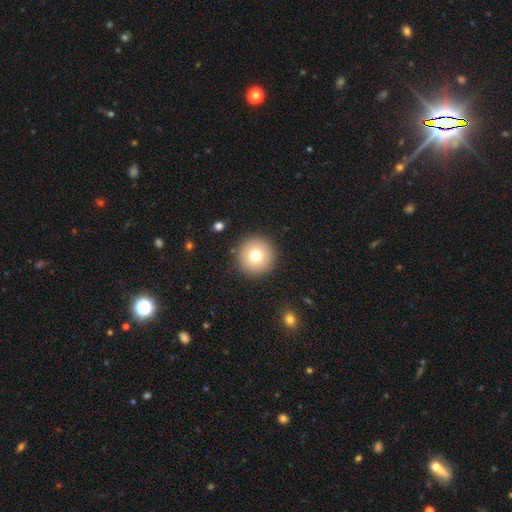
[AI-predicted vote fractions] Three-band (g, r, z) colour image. It shows a smooth galaxy with no disk features (74%) that is round (96%). Merging: none (91%).